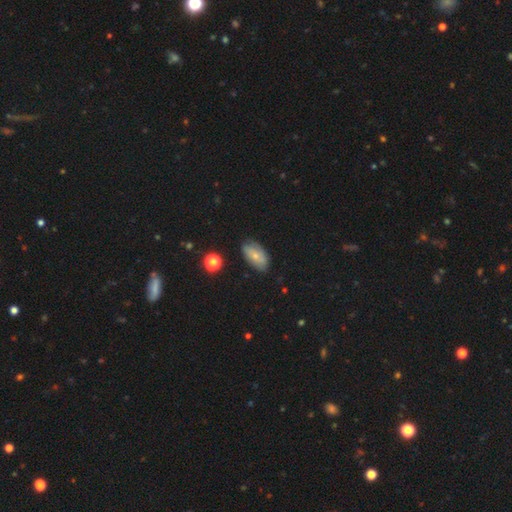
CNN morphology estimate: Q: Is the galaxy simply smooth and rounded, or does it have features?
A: smooth — 61%.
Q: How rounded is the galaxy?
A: in between — 91%.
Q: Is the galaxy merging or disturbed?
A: none — 74%.